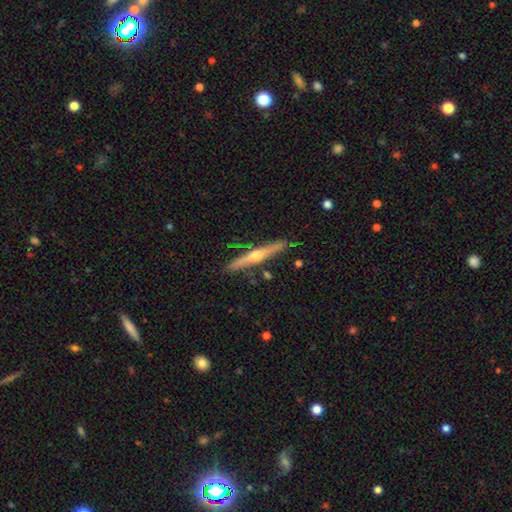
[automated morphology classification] A featured or disk galaxy (78%) viewed edge-on (98%) with a rounded central bulge (93%). Merging: none (88%).